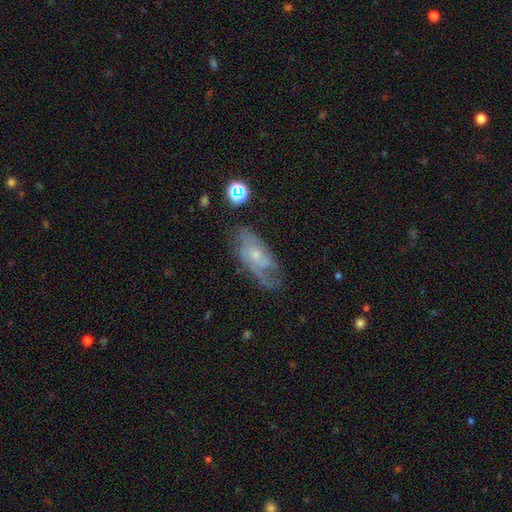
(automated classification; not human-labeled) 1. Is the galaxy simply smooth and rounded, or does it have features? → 71% featured or disk, 20% smooth, 9% star or artifact.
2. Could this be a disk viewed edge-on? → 91% no, 9% yes.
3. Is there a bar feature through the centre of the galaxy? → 70% no, 26% weak, 4% strong.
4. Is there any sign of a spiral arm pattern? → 85% yes, 15% no.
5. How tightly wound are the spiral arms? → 42% medium, 39% tight, 19% loose.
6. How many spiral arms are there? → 39% 2, 38% can't tell, 9% 3, 8% 1, 3% 4, 3% more than 4.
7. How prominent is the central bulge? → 62% small, 30% moderate, 6% none, 2% large, 1% dominant.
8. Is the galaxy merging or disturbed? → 60% none, 24% minor disturbance, 14% major disturbance, 3% merger.